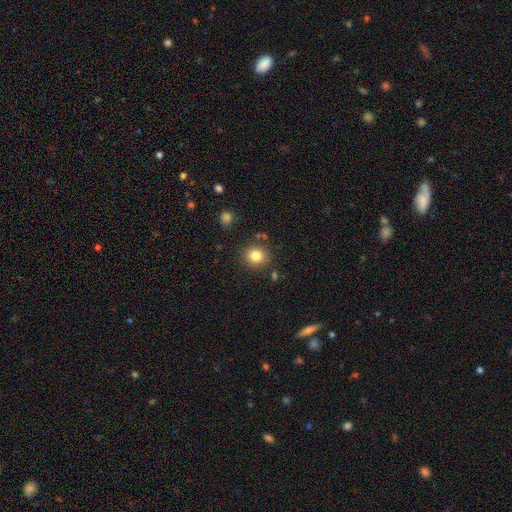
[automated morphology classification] smooth_or_featured: smooth (p=0.82) [alt: star or artifact p=0.11]
how_rounded: round (p=0.87) [alt: in between p=0.12]
merging: none (p=0.84) [alt: minor disturbance p=0.08]